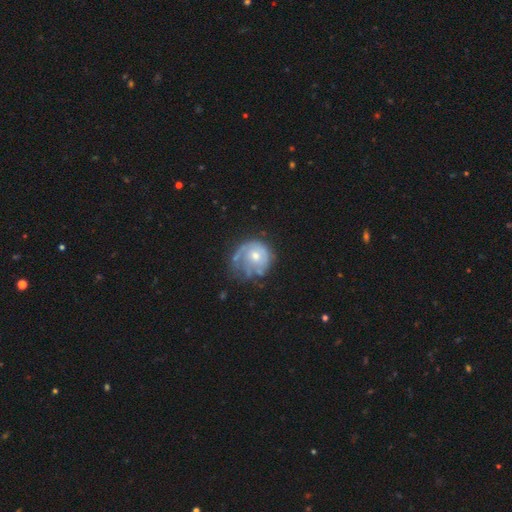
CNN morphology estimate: smooth-or-featured: featured or disk: 63% | smooth: 30% | star or artifact: 7%
  disk-edge-on: no: 98% | yes: 2%
    bar: no: 83% | weak: 15% | strong: 2%
    has-spiral-arms: yes: 66% | no: 34%
    bulge-size: moderate: 55% | small: 39% | large: 4% | none: 2% | dominant: 1%
  merging: none: 40% | major disturbance: 29% | minor disturbance: 27% | merger: 4%